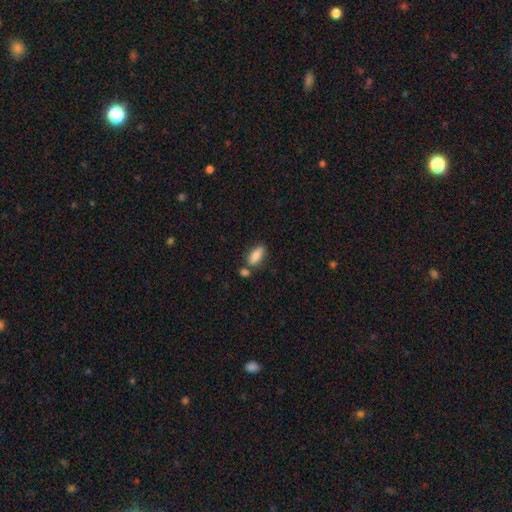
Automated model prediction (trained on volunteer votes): smooth 81%, featured or disk 11%, star or artifact 7%. Down the decision tree: how rounded — in between (83%); merging — none (67%).